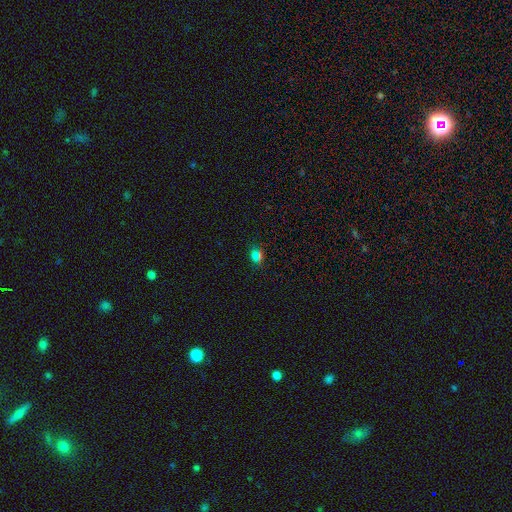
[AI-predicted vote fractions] Smooth or featured?
  - smooth: 54% *
  - star or artifact: 36%
  - featured or disk: 10%
How rounded?
  - round: 63% *
  - in between: 34%
  - cigar-shaped: 3%
Merging?
  - none: 70% *
  - merger: 13%
  - minor disturbance: 12%
  - major disturbance: 5%